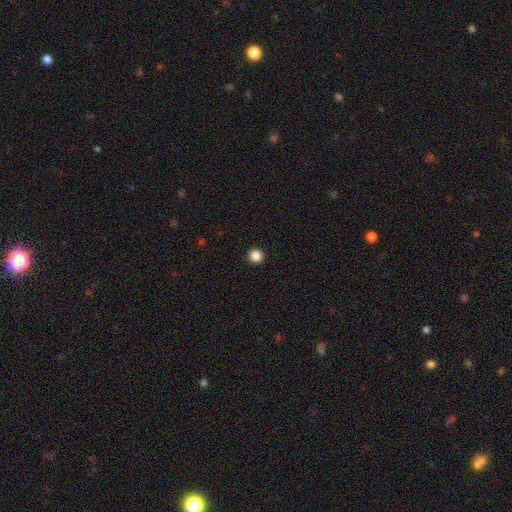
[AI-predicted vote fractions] A smooth galaxy with no disk features (86%) that is round (95%).

Vote fractions:
- Smooth or featured? smooth: 86% / star or artifact: 11% / featured or disk: 2%
- How rounded? round: 95% / in between: 4% / cigar-shaped: 1%
- Merging? none: 93% / minor disturbance: 4% / major disturbance: 2% / merger: 1%